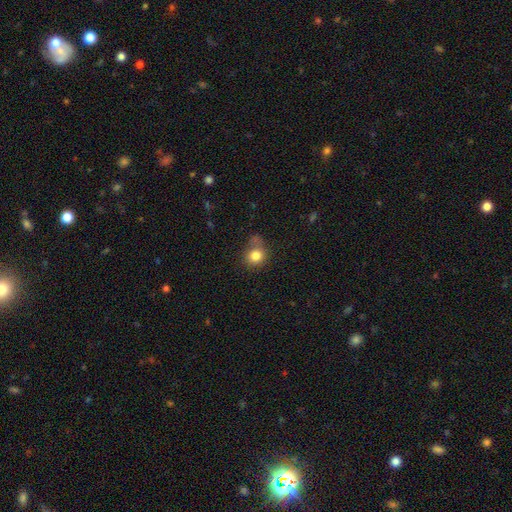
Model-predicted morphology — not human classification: Q: Smooth or featured?
A: smooth (82%); runner-up: star or artifact (11%)
Q: How rounded?
A: round (78%); runner-up: in between (21%)
Q: Merging?
A: none (56%); runner-up: minor disturbance (22%)